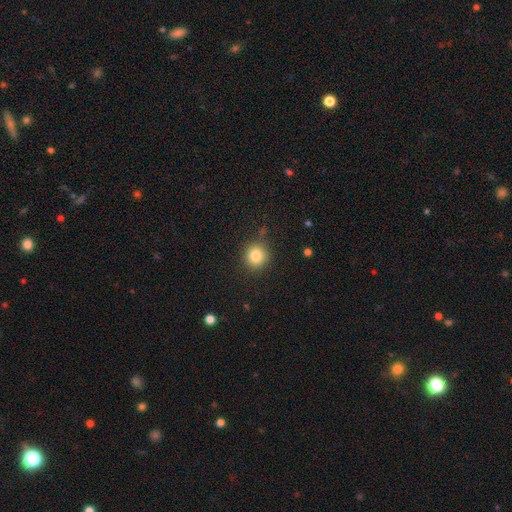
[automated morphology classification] smooth_or_featured: smooth (p=0.82) [alt: star or artifact p=0.11]
how_rounded: round (p=0.92) [alt: in between p=0.07]
merging: none (p=0.87) [alt: minor disturbance p=0.09]